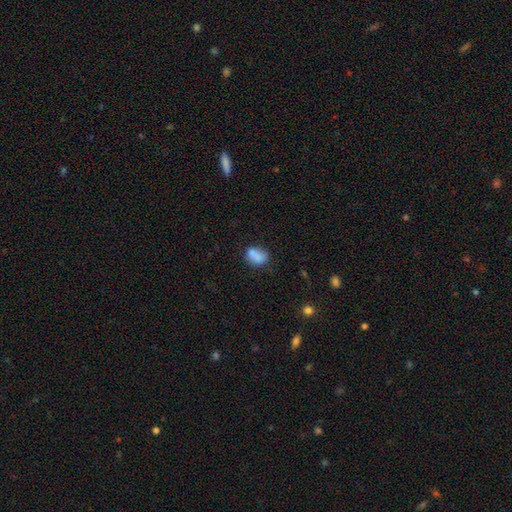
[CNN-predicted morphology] The model was most divided on "merging": none: 49%, merger: 28%, minor disturbance: 18%, major disturbance: 6%. More confident: smooth or featured — smooth (78%); how rounded — in between (63%).